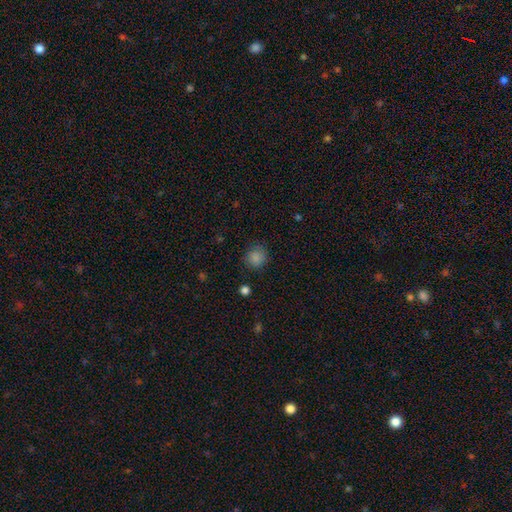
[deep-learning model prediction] The model was most divided on "smooth or featured": smooth: 79%, star or artifact: 16%, featured or disk: 5%. More confident: how rounded — round (88%); merging — none (84%).